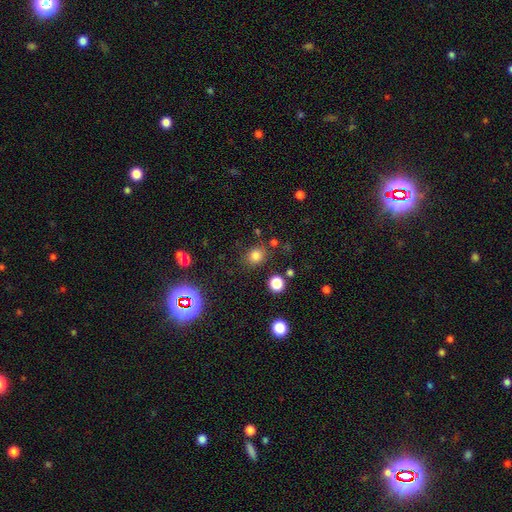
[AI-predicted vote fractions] Smooth or featured: smooth — 78% (star or artifact — 16%)
How rounded: round — 74% (in between — 25%)
Merging: none — 80% (minor disturbance — 11%)